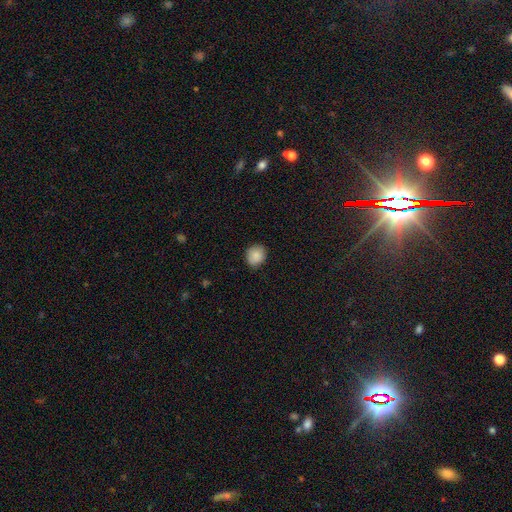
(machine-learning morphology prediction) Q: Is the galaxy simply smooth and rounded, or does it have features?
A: smooth — 88%.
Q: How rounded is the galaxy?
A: round — 75%.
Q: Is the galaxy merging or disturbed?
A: none — 86%.